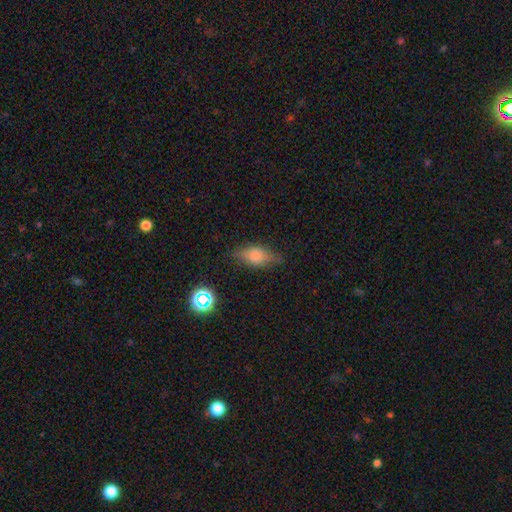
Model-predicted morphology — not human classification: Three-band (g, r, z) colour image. It shows a smooth galaxy with no disk features (65%) that is in between round and cigar-shaped (78%). Merging: none (70%).